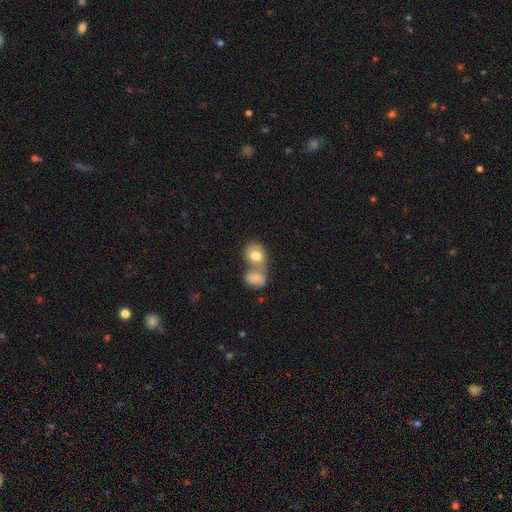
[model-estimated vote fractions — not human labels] Q: Smooth or featured?
A: smooth (78%); runner-up: featured or disk (14%)
Q: How rounded?
A: round (62%); runner-up: in between (37%)
Q: Merging?
A: merger (62%); runner-up: none (27%)